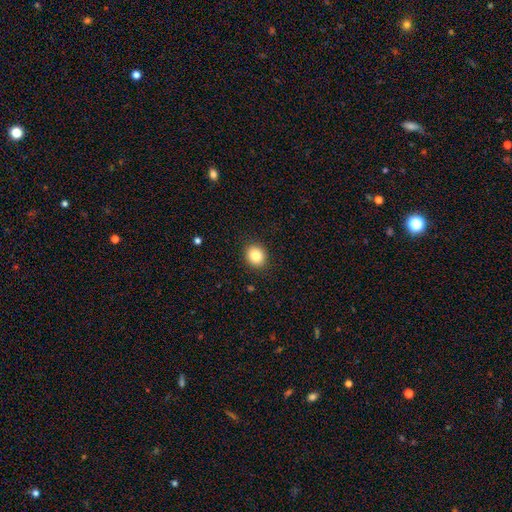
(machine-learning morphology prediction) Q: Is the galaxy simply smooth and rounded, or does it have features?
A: smooth — 83%.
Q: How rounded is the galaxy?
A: round — 76%.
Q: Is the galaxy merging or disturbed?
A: none — 91%.